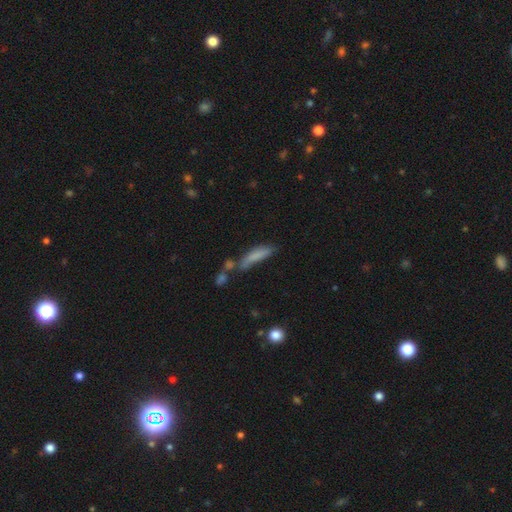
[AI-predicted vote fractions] A smooth galaxy with no disk features (72%) that is cigar-shaped (73%). Merging: none (41%).